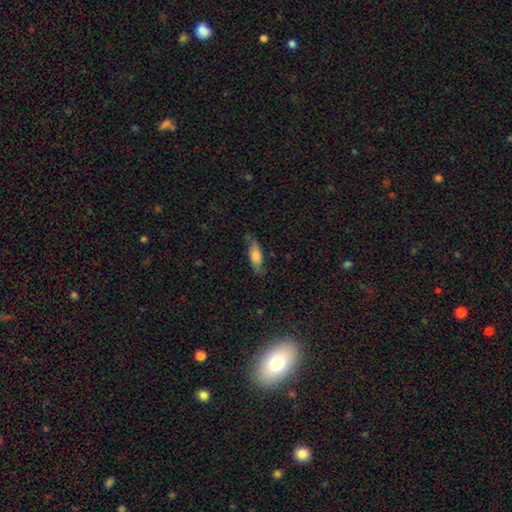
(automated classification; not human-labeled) smooth-or-featured: smooth: 64% | featured or disk: 29% | star or artifact: 7%
  how-rounded: in between: 62% | cigar-shaped: 36% | round: 3%
  merging: none: 70% | minor disturbance: 22% | major disturbance: 6% | merger: 2%